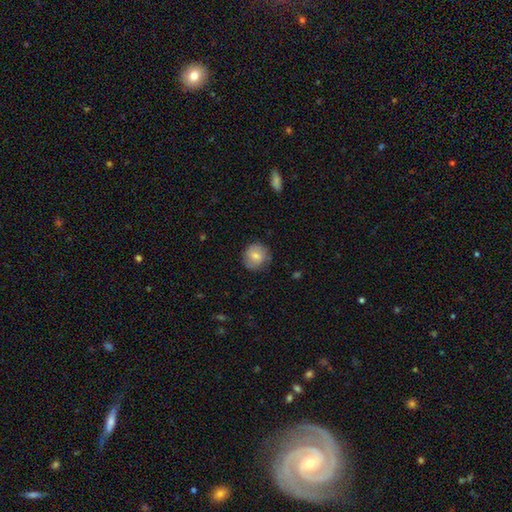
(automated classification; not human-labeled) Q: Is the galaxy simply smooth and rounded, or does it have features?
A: smooth — 76%.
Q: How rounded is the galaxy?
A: round — 88%.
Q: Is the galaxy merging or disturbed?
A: none — 80%.